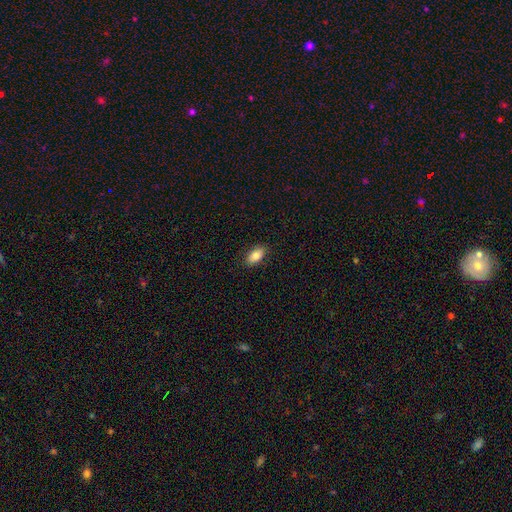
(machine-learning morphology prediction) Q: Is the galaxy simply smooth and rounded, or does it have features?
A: smooth — 81%.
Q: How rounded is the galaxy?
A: in between — 89%.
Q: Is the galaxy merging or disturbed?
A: none — 88%.